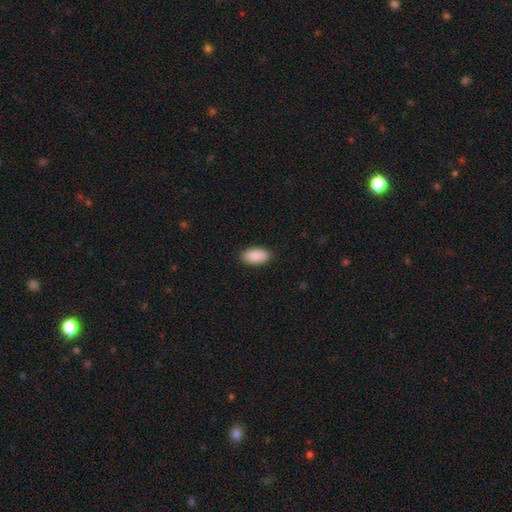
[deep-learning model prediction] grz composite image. It shows a smooth galaxy with no disk features (91%) that is in between round and cigar-shaped (95%). Merging: none (89%).